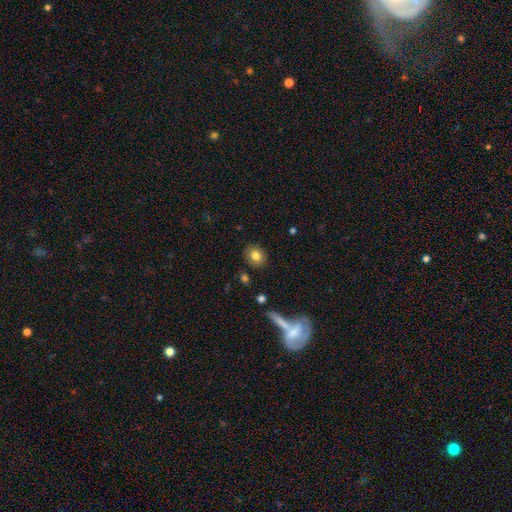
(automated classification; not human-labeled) A smooth galaxy with no disk features (81%) that is round (67%). Merging: none (87%).